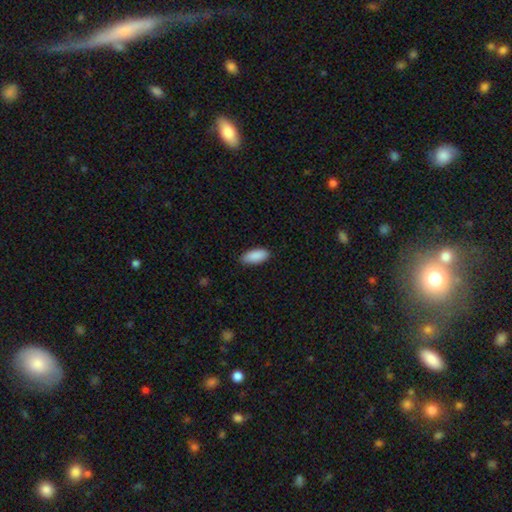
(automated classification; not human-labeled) This is clearly a smooth galaxy (91%). How rounded: clearly in between (88%). Merging: clearly none (88%).